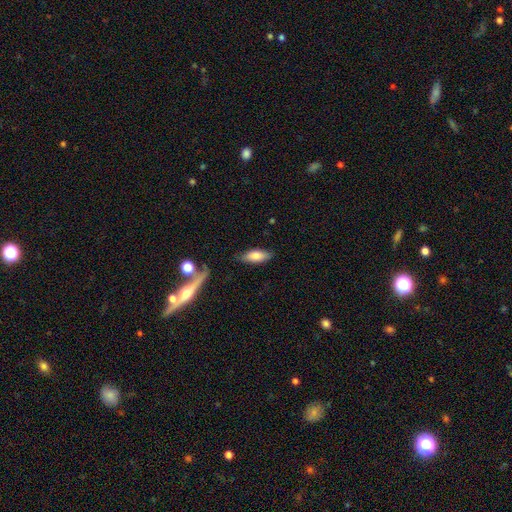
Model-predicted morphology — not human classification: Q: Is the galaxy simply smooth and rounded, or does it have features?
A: smooth — 76%.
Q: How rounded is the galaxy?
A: in between — 72%.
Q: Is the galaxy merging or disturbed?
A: none — 79%.